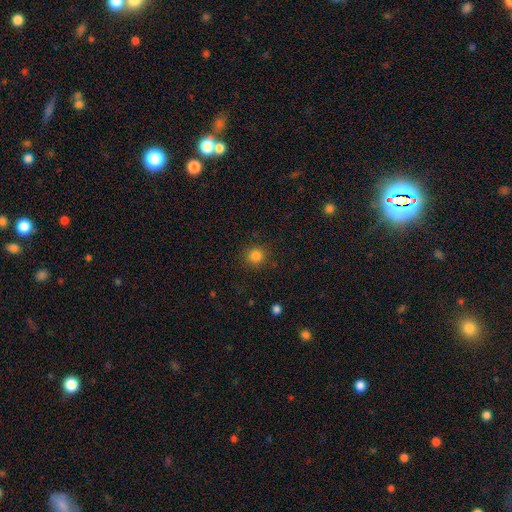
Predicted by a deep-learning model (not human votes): smooth_or_featured: smooth (p=0.83) [alt: star or artifact p=0.12]
how_rounded: round (p=0.93) [alt: in between p=0.06]
merging: none (p=0.89) [alt: minor disturbance p=0.07]